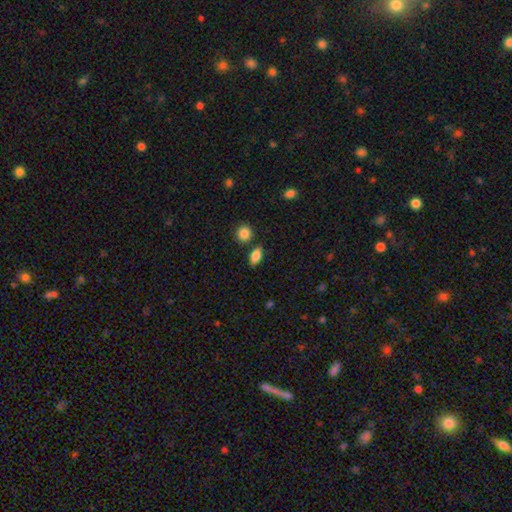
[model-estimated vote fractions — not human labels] Smooth or featured: smooth — 82% (featured or disk — 10%)
How rounded: in between — 81% (round — 10%)
Merging: none — 79% (minor disturbance — 12%)